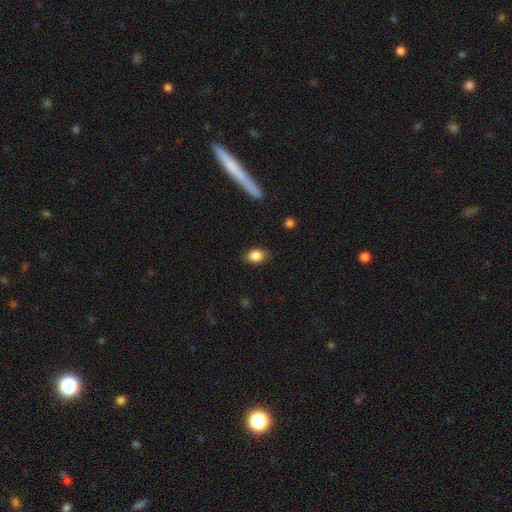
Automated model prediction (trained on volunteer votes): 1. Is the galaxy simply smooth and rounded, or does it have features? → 87% smooth, 8% star or artifact, 5% featured or disk.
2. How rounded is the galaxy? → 77% in between, 21% round, 2% cigar-shaped.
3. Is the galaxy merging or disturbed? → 86% none, 10% minor disturbance, 3% major disturbance, 1% merger.